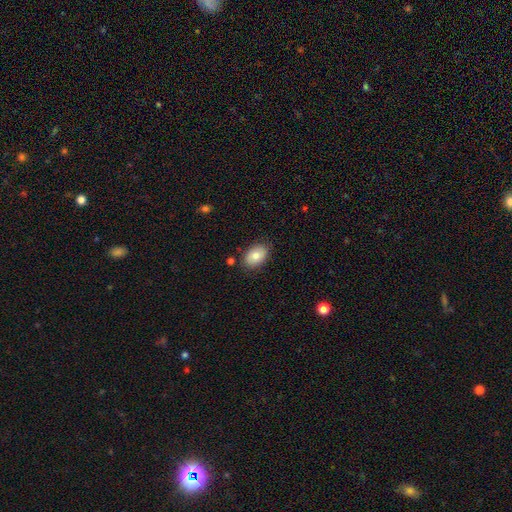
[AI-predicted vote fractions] This is likely a smooth galaxy (80%). How rounded: clearly in between (88%). Merging: clearly none (84%).